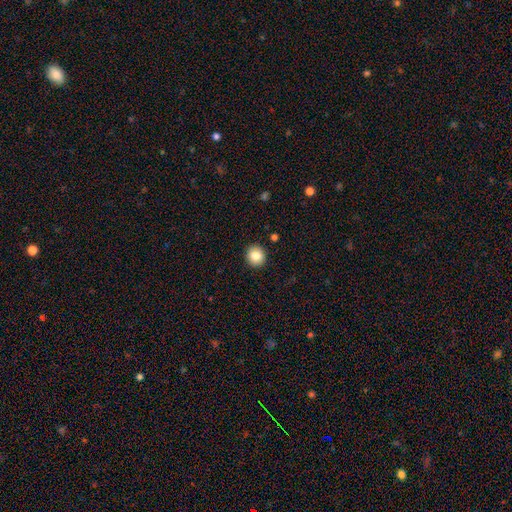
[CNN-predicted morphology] Smooth or featured: smooth — 84% (star or artifact — 9%)
How rounded: round — 88% (in between — 11%)
Merging: none — 92% (minor disturbance — 5%)